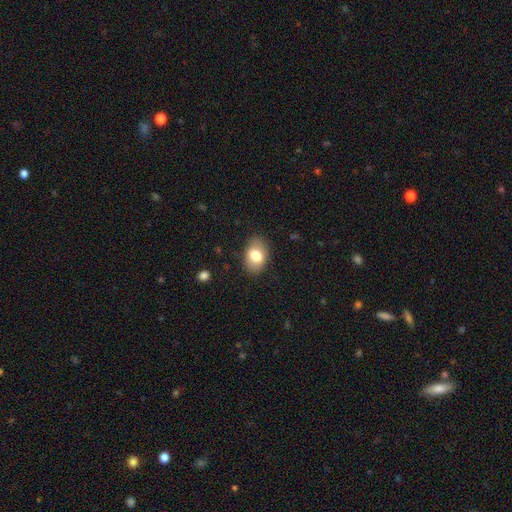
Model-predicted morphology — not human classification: smooth_or_featured: smooth (p=0.78) [alt: featured or disk p=0.15]
how_rounded: in between (p=0.82) [alt: round p=0.16]
merging: none (p=0.83) [alt: minor disturbance p=0.12]